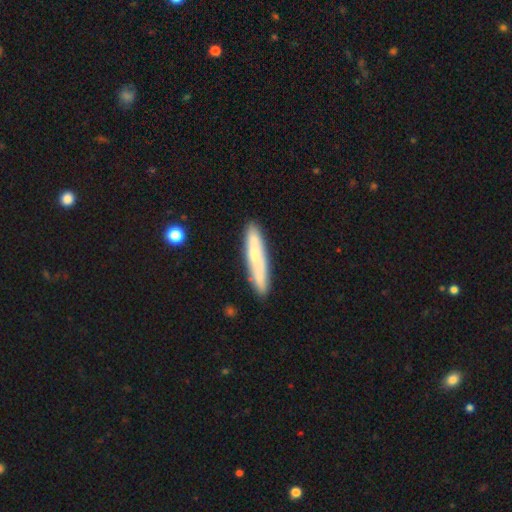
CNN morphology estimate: Q: Smooth or featured?
A: smooth (54%); runner-up: featured or disk (39%)
Q: How rounded?
A: cigar-shaped (89%); runner-up: in between (10%)
Q: Merging?
A: none (84%); runner-up: minor disturbance (12%)